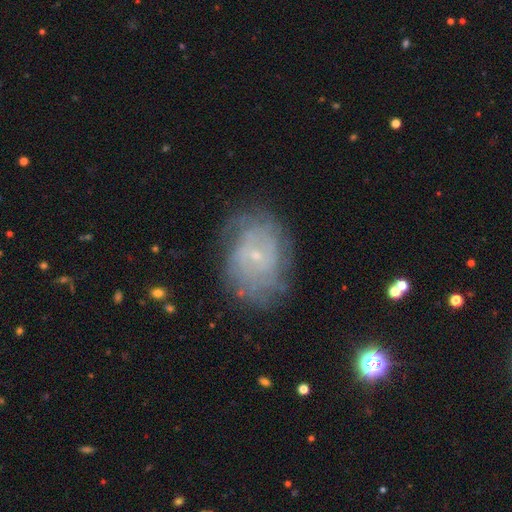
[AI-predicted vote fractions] smooth-or-featured: featured or disk: 70% | smooth: 21% | star or artifact: 9%
  disk-edge-on: no: 97% | yes: 3%
    bar: no: 65% | weak: 30% | strong: 5%
    has-spiral-arms: yes: 81% | no: 19%
      spiral-winding: tight: 59% | medium: 29% | loose: 12%
      spiral-arm-count: can't tell: 58% | 2: 17% | 3: 8% | 4: 7% | more than 4: 6% | 1: 5%
    bulge-size: small: 85% | moderate: 10% | none: 3% | large: 1% | dominant: 1%
  merging: none: 68% | minor disturbance: 20% | major disturbance: 9% | merger: 2%